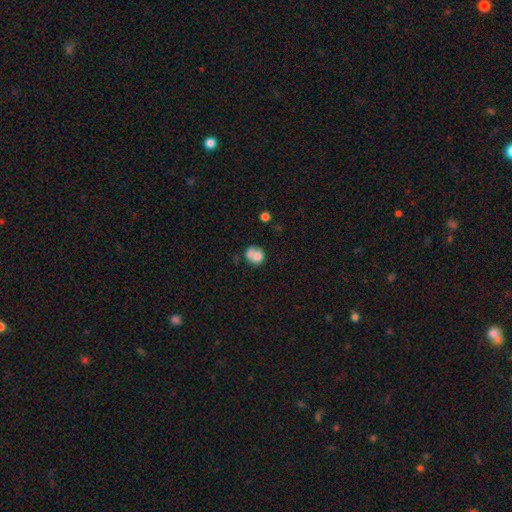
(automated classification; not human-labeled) Smooth or featured?
  - smooth: 72% *
  - featured or disk: 19%
  - star or artifact: 10%
How rounded?
  - round: 65% *
  - in between: 35%
  - cigar-shaped: 1%
Merging?
  - merger: 45% *
  - none: 32%
  - minor disturbance: 15%
  - major disturbance: 9%